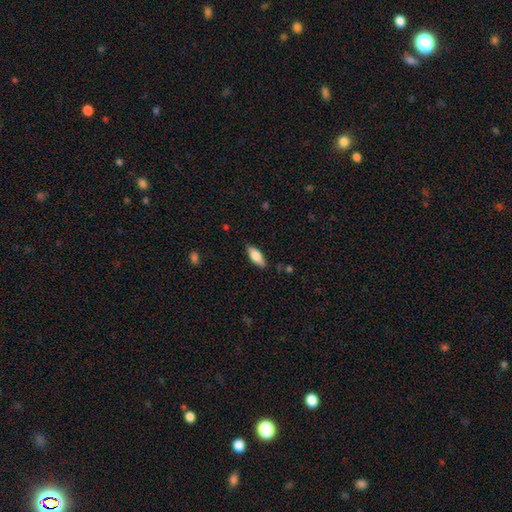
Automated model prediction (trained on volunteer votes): This appears to be a smooth galaxy with no disk features (77%) that is in between round and cigar-shaped (73%). Merging: none (83%).